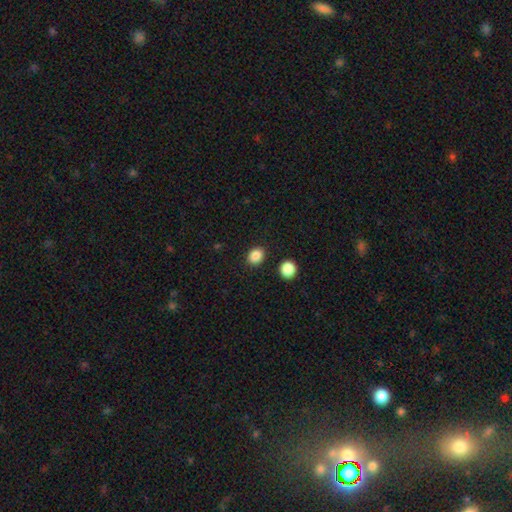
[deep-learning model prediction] smooth-or-featured: smooth: 87% | star or artifact: 9% | featured or disk: 4%
  how-rounded: round: 52% | in between: 47% | cigar-shaped: 1%
  merging: none: 87% | minor disturbance: 7% | merger: 4% | major disturbance: 2%